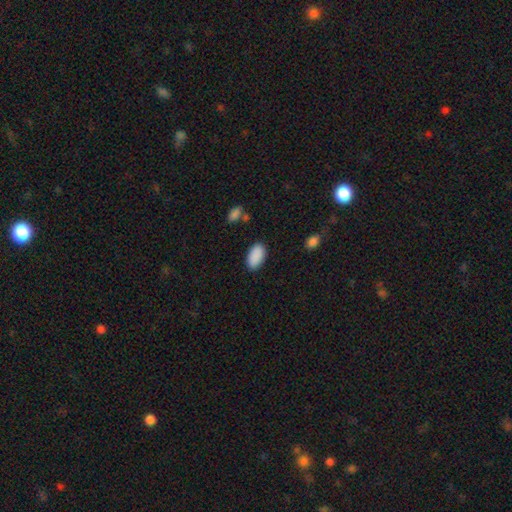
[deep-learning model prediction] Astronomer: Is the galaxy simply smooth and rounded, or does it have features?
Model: smooth — 91%.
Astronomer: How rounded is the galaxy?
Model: in between — 95%.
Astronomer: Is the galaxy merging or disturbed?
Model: none — 87%.